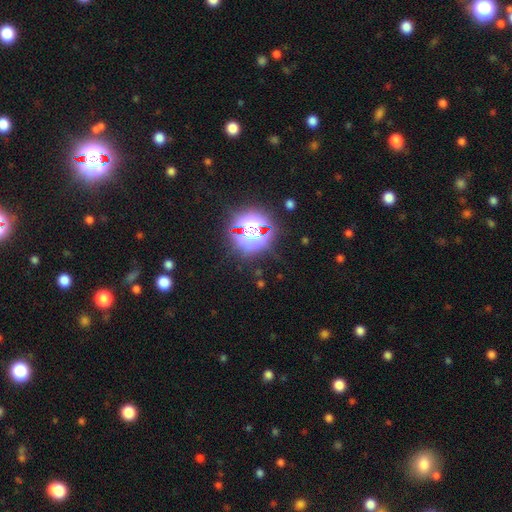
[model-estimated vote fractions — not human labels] Smooth or featured? star or artifact (82%)